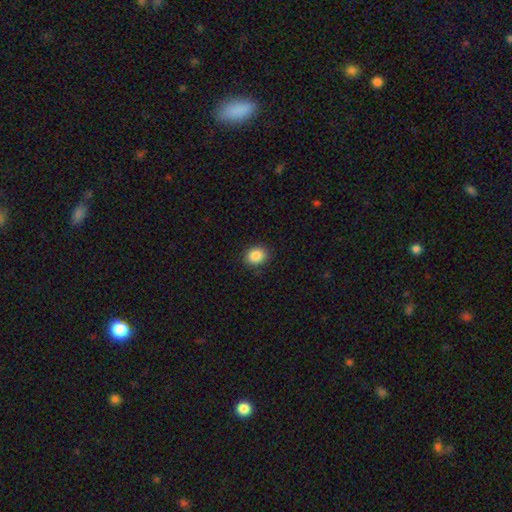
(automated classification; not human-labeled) Morphology: type=smooth (87%); roundness=round (58%); merging=none (88%).